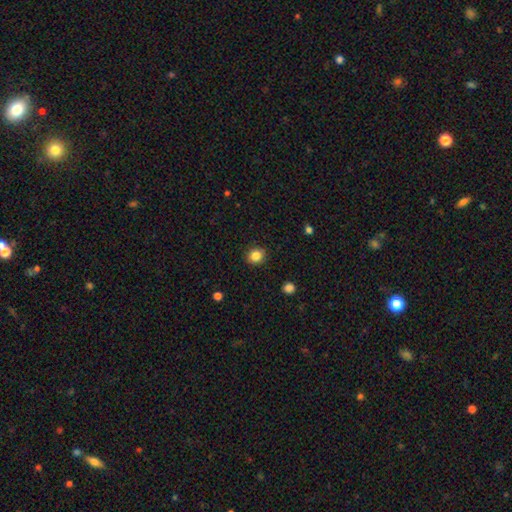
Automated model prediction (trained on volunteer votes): Overall: smooth (85%). How rounded: round (75%). Merging: none (90%).